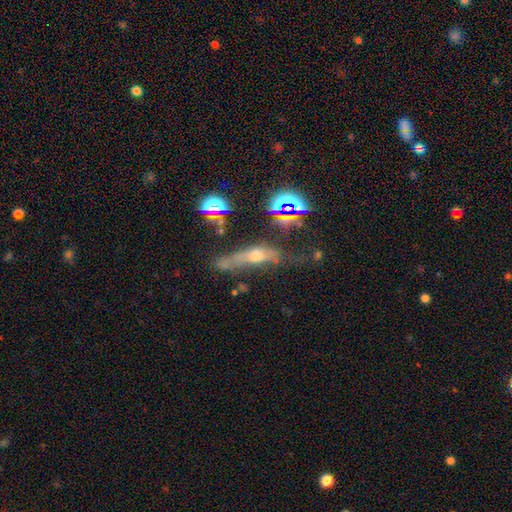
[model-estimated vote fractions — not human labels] The model was most divided on "merging": none: 42%, major disturbance: 24%, minor disturbance: 24%, merger: 11%. Remaining: smooth or featured — featured or disk (47%).